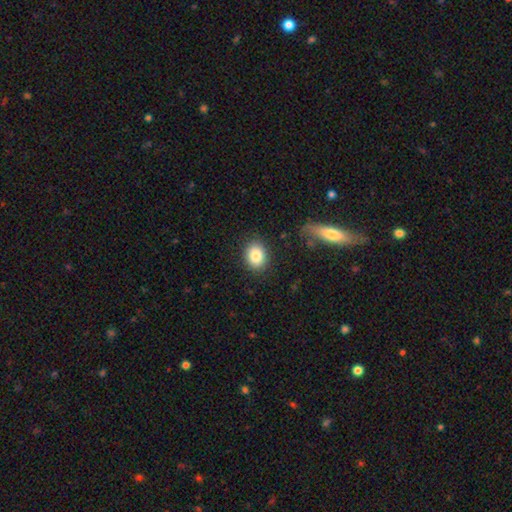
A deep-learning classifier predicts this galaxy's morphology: Smooth or featured? Predicted: smooth (p=0.84). How rounded? Predicted: in between (p=0.54). Merging? Predicted: none (p=0.86).